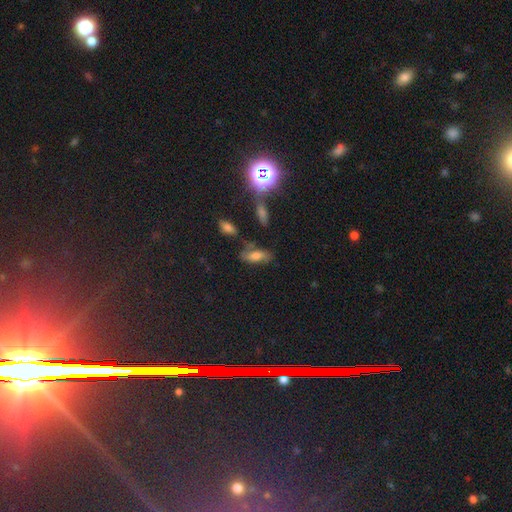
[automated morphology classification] smooth 64%, featured or disk 22%, star or artifact 14%. Down the decision tree: how rounded — in between (80%); merging — none (58%).